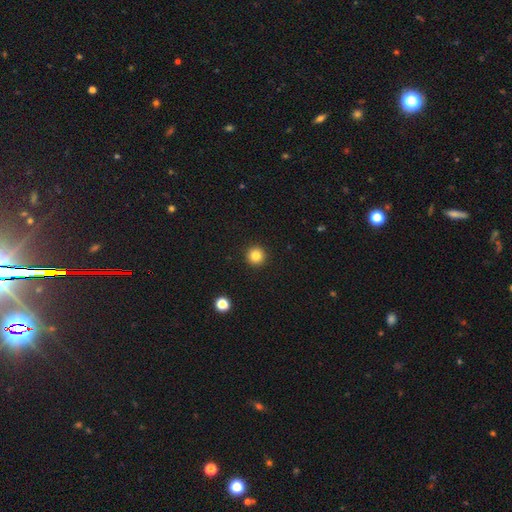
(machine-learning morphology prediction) Overall: smooth (83%). How rounded: round (96%). Merging: none (94%).